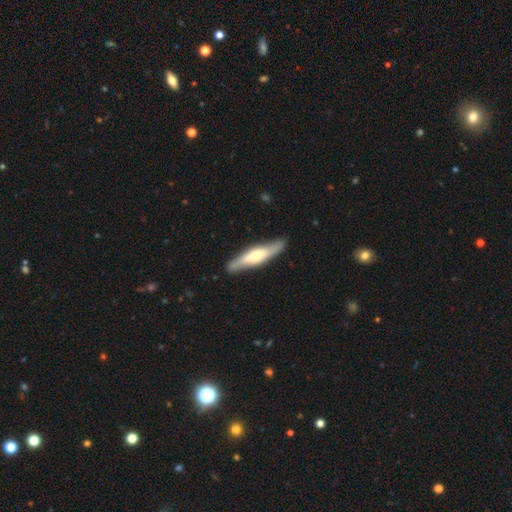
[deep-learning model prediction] Overall: featured or disk (55%; smooth 41%). Edge-on disk: yes (78%). Merging: none (85%).